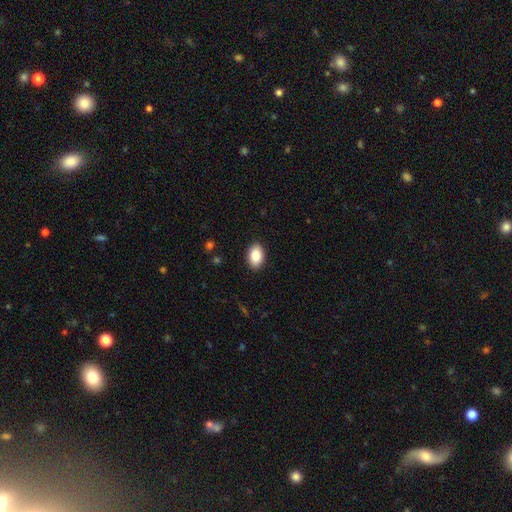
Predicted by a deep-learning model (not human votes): This appears to be a smooth galaxy with no disk features (87%) that is in between round and cigar-shaped (89%). Merging: none (89%).